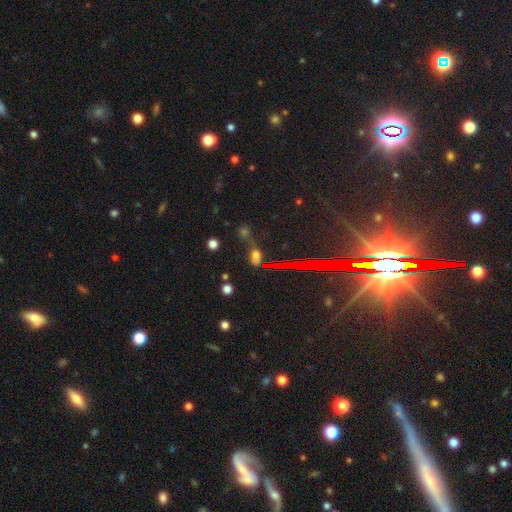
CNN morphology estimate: A smooth galaxy with no disk features (52%) that is in between round and cigar-shaped (61%).

Vote fractions:
- Smooth or featured? smooth: 52% / star or artifact: 32% / featured or disk: 16%
- How rounded? in between: 61% / round: 24% / cigar-shaped: 14%
- Merging? none: 52% / merger: 19% / minor disturbance: 17% / major disturbance: 12%